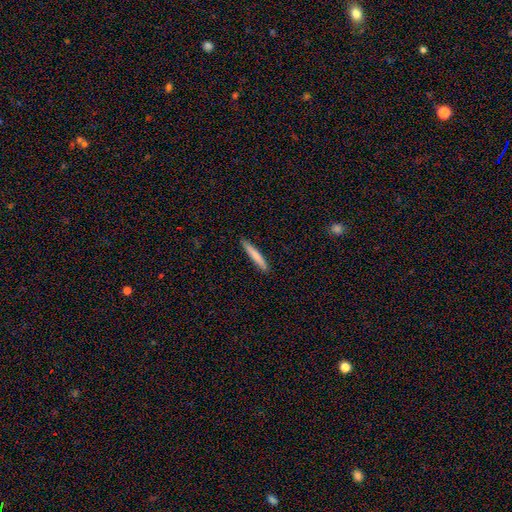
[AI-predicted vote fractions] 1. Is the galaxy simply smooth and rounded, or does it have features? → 78% smooth, 16% featured or disk, 6% star or artifact.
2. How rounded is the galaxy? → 95% cigar-shaped, 4% in between, 1% round.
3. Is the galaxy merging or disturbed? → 89% none, 8% minor disturbance, 2% major disturbance, 1% merger.